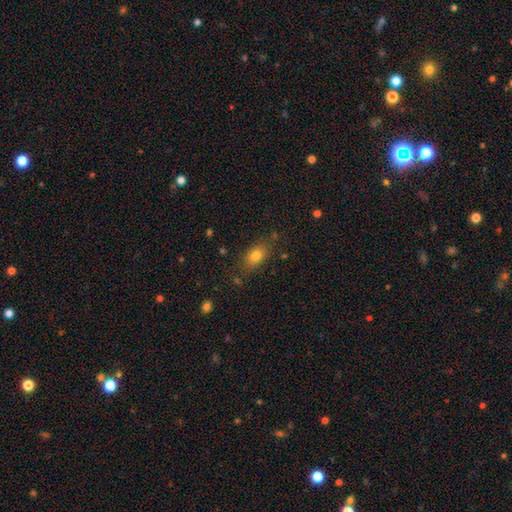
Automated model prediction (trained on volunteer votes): smooth-or-featured: smooth: 79% | star or artifact: 10% | featured or disk: 10%
  how-rounded: in between: 80% | round: 15% | cigar-shaped: 5%
  merging: none: 77% | minor disturbance: 15% | major disturbance: 5% | merger: 3%